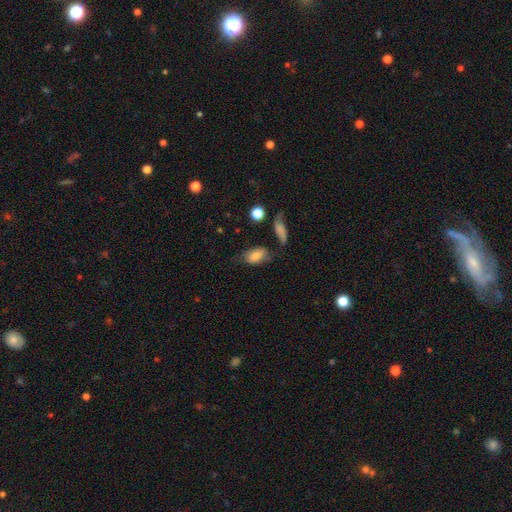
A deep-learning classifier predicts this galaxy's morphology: Smooth or featured?
  - smooth: 78% *
  - featured or disk: 14%
  - star or artifact: 8%
How rounded?
  - in between: 90% *
  - round: 7%
  - cigar-shaped: 3%
Merging?
  - none: 54% *
  - minor disturbance: 26%
  - major disturbance: 12%
  - merger: 8%